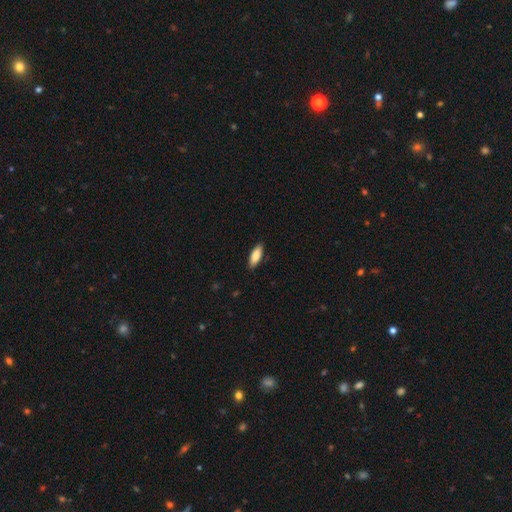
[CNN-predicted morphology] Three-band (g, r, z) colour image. It shows a smooth galaxy with no disk features (85%) that is in between round and cigar-shaped (68%). Merging: none (87%).